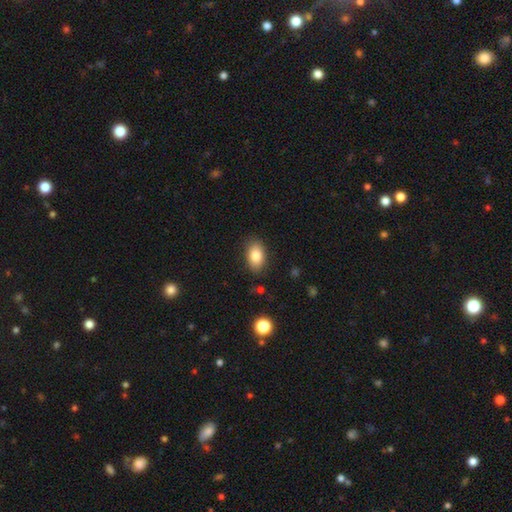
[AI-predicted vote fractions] smooth-or-featured: smooth: 83% | featured or disk: 9% | star or artifact: 8%
  how-rounded: in between: 89% | round: 10% | cigar-shaped: 1%
  merging: none: 85% | minor disturbance: 11% | major disturbance: 3% | merger: 1%